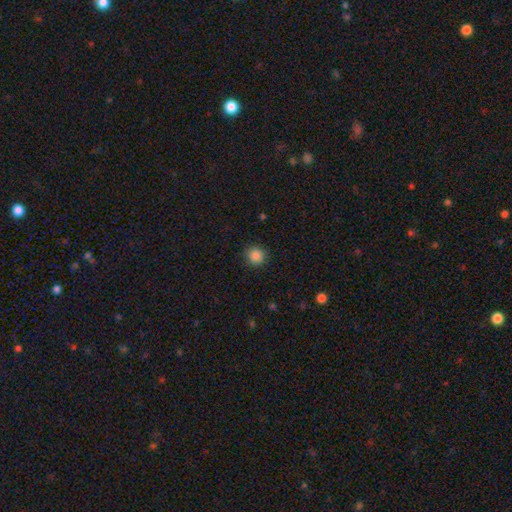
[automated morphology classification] smooth-or-featured: smooth: 86% | star or artifact: 11% | featured or disk: 3%
  how-rounded: round: 94% | in between: 5% | cigar-shaped: 1%
  merging: none: 90% | minor disturbance: 7% | major disturbance: 2% | merger: 1%